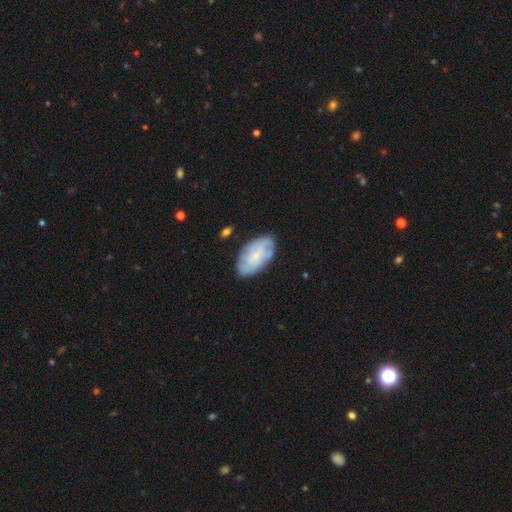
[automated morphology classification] Smooth or featured? Predicted: featured or disk (p=0.48). Merging? Predicted: none (p=0.78).